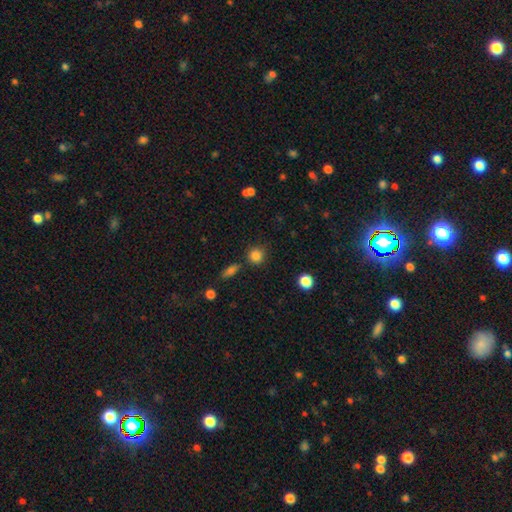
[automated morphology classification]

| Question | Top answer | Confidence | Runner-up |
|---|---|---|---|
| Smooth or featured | smooth | 84% | star or artifact (11%) |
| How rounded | round | 88% | in between (11%) |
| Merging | none | 79% | minor disturbance (11%) |